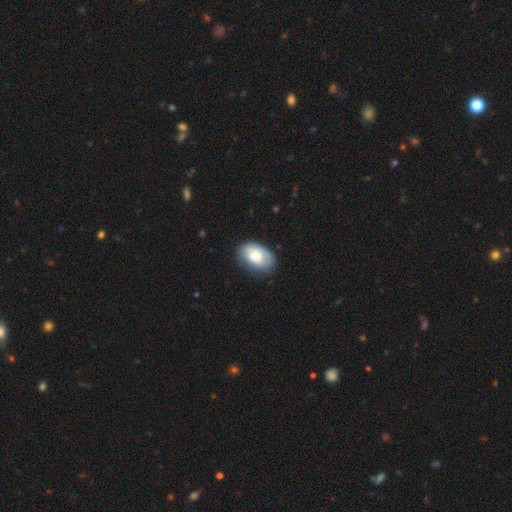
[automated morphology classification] A smooth galaxy with no disk features (73%) that is in between round and cigar-shaped (89%).

Vote fractions:
- Smooth or featured? smooth: 73% / featured or disk: 21% / star or artifact: 6%
- How rounded? in between: 89% / round: 9% / cigar-shaped: 1%
- Merging? none: 74% / minor disturbance: 20% / major disturbance: 5% / merger: 1%